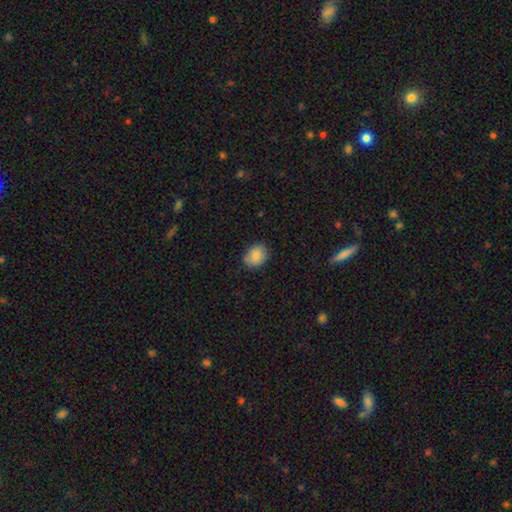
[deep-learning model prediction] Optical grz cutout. It shows a smooth galaxy with no disk features (86%) that is in between round and cigar-shaped (56%). Merging: none (81%).